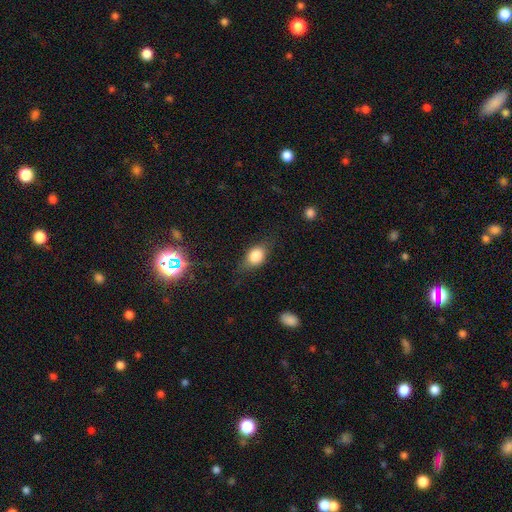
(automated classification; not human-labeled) Smooth or featured?
  - smooth: 75% *
  - featured or disk: 16%
  - star or artifact: 10%
How rounded?
  - in between: 67% *
  - round: 29%
  - cigar-shaped: 4%
Merging?
  - none: 69% *
  - minor disturbance: 21%
  - major disturbance: 8%
  - merger: 2%